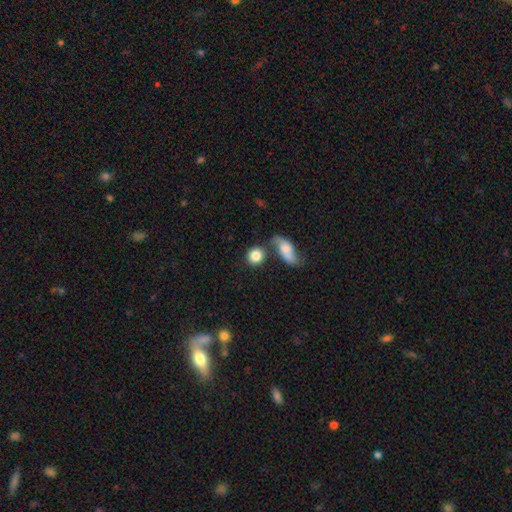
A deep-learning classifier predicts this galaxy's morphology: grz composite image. It shows a smooth galaxy with no disk features (82%) that is round (77%). Merging: none (57%).